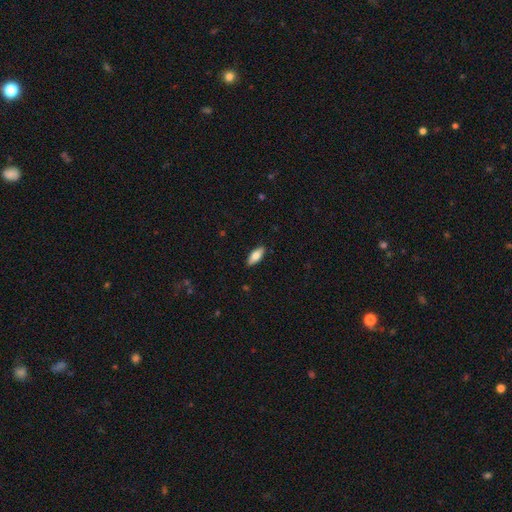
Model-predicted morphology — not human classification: The model was most divided on "smooth or featured": smooth: 77%, featured or disk: 17%, star or artifact: 6%. More confident: merging — none (89%); how rounded — in between (81%).